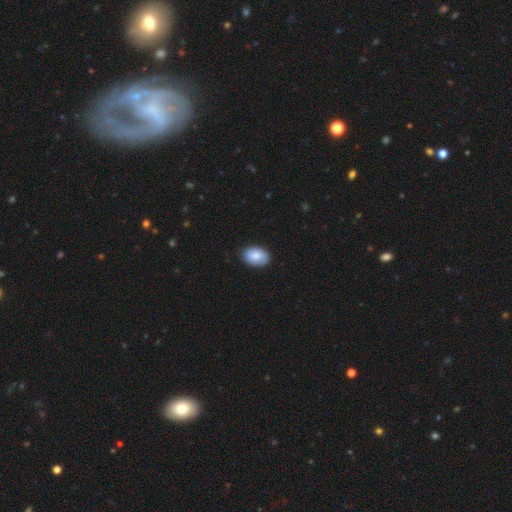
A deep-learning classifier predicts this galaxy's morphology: Smooth or featured?
  - smooth: 82% *
  - featured or disk: 12%
  - star or artifact: 6%
How rounded?
  - in between: 88% *
  - round: 11%
  - cigar-shaped: 1%
Merging?
  - none: 85% *
  - minor disturbance: 12%
  - major disturbance: 2%
  - merger: 1%